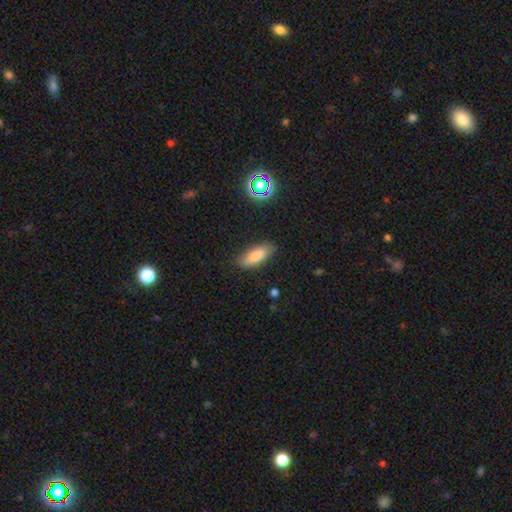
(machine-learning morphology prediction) type=smooth (80%); roundness=in between (71%); merging=none (82%).